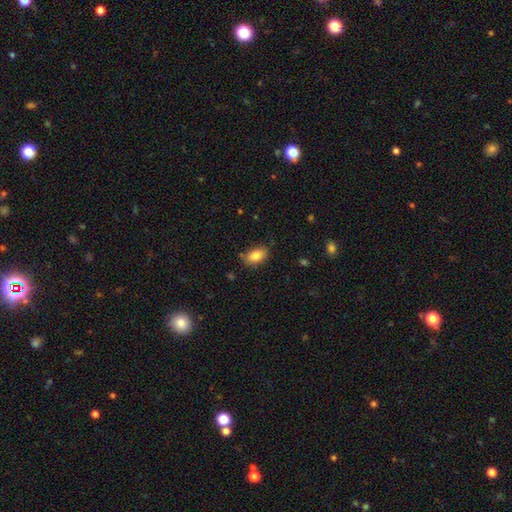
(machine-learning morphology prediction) Smooth or featured? Predicted: smooth (p=0.84). How rounded? Predicted: in between (p=0.89). Merging? Predicted: none (p=0.80).